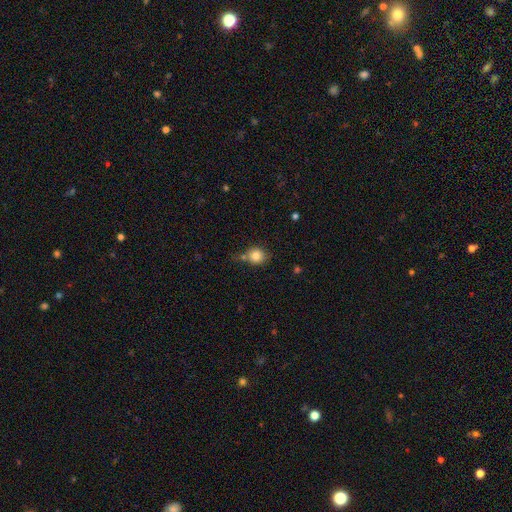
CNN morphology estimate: type=smooth (82%); roundness=round (81%); merging=none (56%).